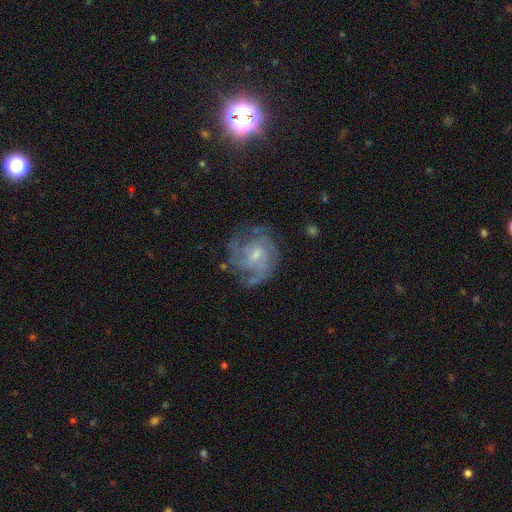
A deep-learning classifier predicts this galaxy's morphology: type=featured or disk (79%); edge-on=no (98%); bar=weak (50%); spiral arms=yes (90%); winding=tight (45%); arm count=can't tell (35%); bulge=small (53%); merging=none (63%).